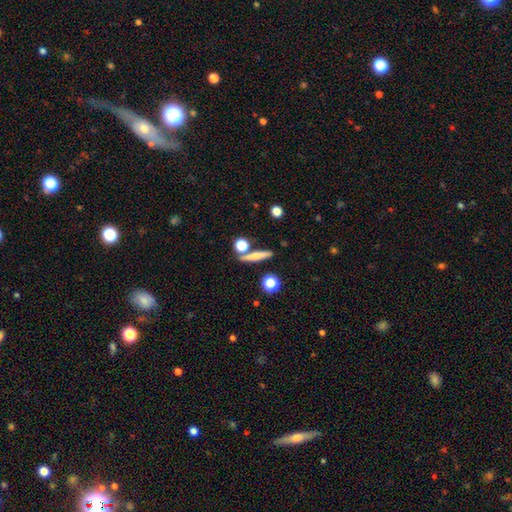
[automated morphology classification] Smooth or featured? Predicted: smooth (p=0.61). How rounded? Predicted: cigar-shaped (p=0.75). Merging? Predicted: none (p=0.75).